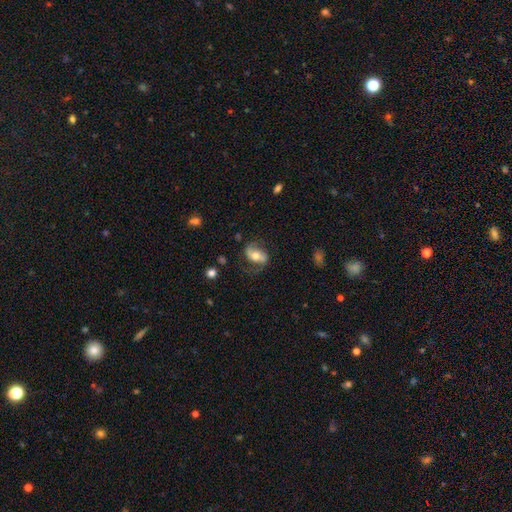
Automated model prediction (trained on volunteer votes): A featured or disk galaxy (65%) with no bar (39%), 2 (87%) loose (48%) spiral arms (87%) and a moderate central bulge (69%). Merging: none (66%).